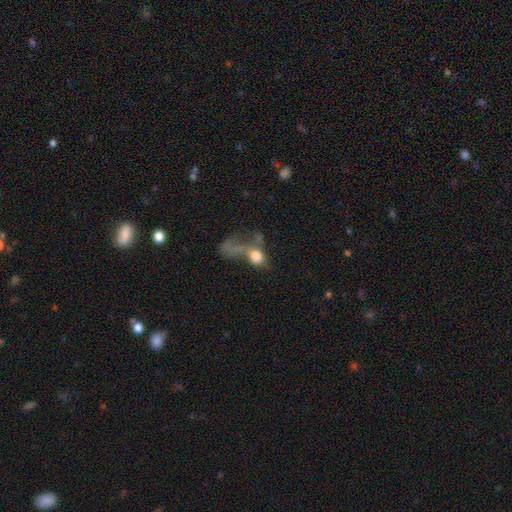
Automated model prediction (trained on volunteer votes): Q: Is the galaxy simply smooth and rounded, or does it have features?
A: smooth — 62%.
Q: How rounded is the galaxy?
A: in between — 59%.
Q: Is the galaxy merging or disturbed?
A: major disturbance — 49%.